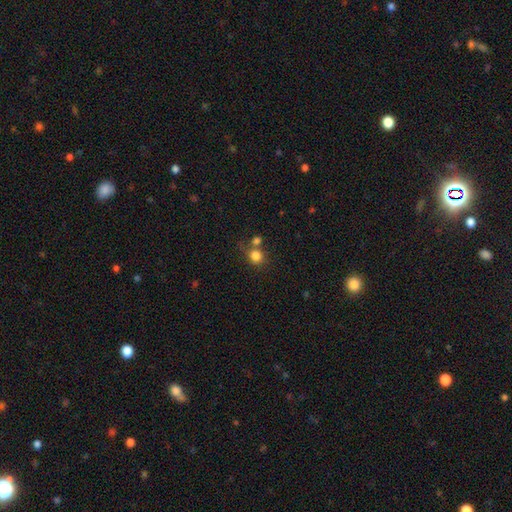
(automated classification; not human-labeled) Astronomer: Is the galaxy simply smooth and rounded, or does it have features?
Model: smooth — 82%.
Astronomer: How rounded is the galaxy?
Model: round — 84%.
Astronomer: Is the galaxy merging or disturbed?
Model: none — 56%.